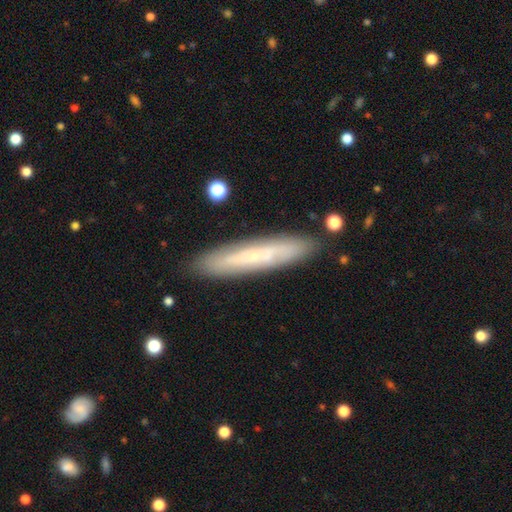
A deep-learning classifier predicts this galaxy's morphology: This appears to be a featured or disk galaxy (48%). Merging: none (88%).